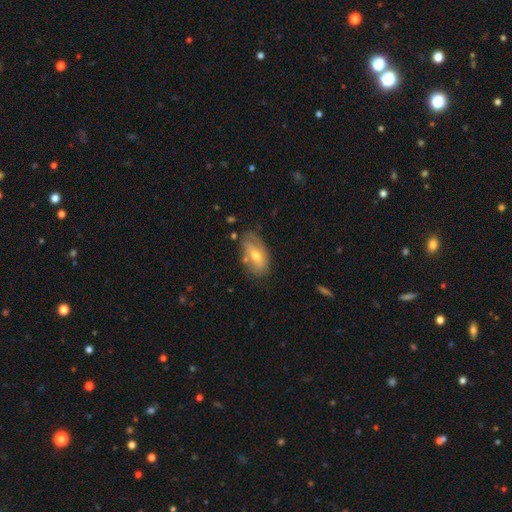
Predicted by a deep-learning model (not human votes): The model was most divided on "smooth or featured": smooth: 49%, featured or disk: 43%, star or artifact: 8%. More confident: merging — none (65%).